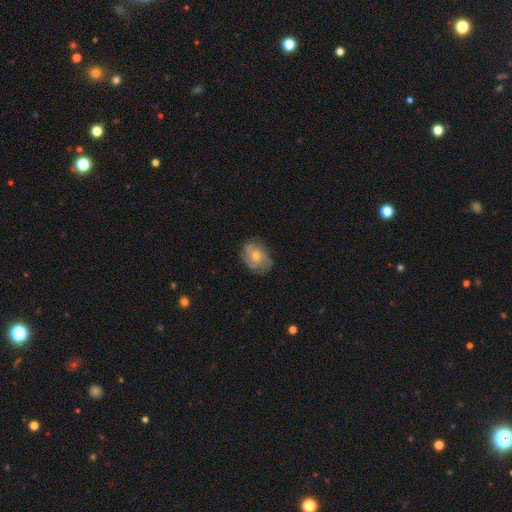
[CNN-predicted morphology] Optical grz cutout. It shows a featured or disk galaxy (46%). Merging: none (74%).